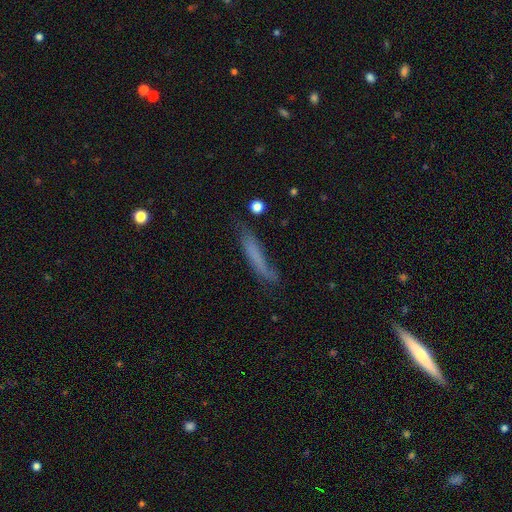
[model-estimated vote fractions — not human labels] smooth_or_featured: smooth (p=0.61) [alt: featured or disk p=0.28]
how_rounded: cigar-shaped (p=0.88) [alt: in between p=0.10]
merging: none (p=0.54) [alt: minor disturbance p=0.28]